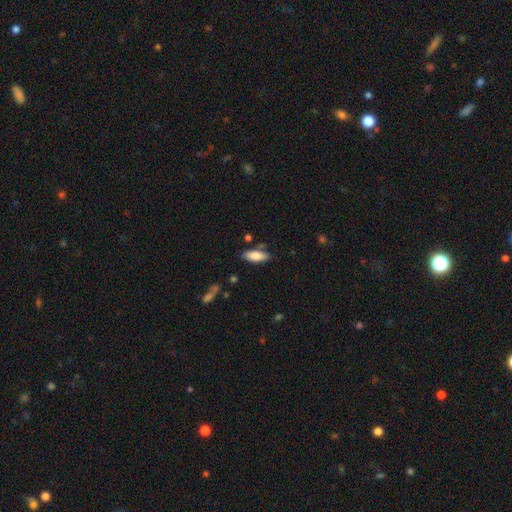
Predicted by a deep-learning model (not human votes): smooth_or_featured: smooth (p=0.82) [alt: featured or disk p=0.12]
how_rounded: in between (p=0.72) [alt: cigar-shaped p=0.27]
merging: none (p=0.78) [alt: minor disturbance p=0.14]